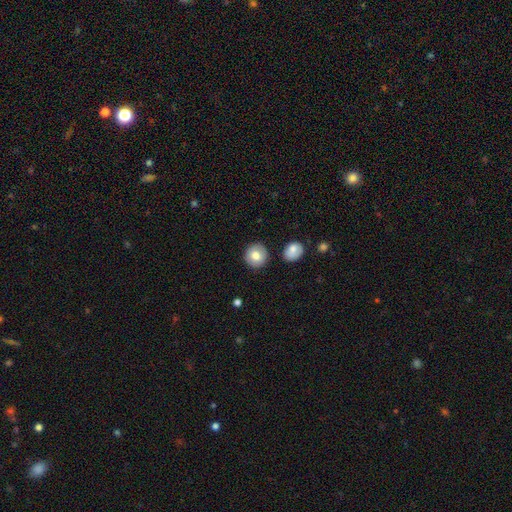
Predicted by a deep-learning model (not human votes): Smooth or featured?
  - smooth: 81% *
  - featured or disk: 11%
  - star or artifact: 8%
How rounded?
  - round: 91% *
  - in between: 8%
  - cigar-shaped: 1%
Merging?
  - none: 86% *
  - minor disturbance: 8%
  - merger: 4%
  - major disturbance: 2%